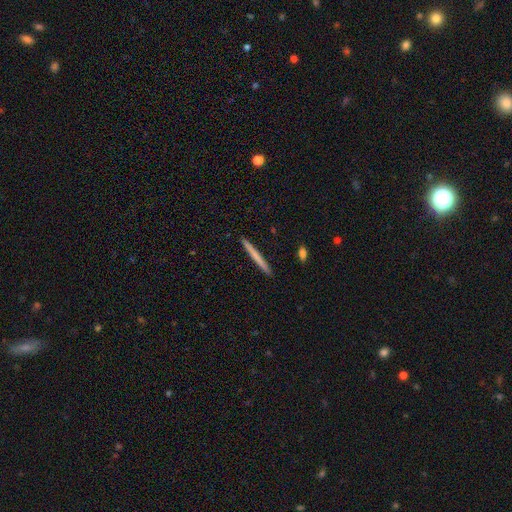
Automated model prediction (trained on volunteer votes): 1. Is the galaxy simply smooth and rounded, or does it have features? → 61% smooth, 33% featured or disk, 5% star or artifact.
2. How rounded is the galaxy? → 97% cigar-shaped, 2% in between, 1% round.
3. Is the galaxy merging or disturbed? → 93% none, 5% minor disturbance, 1% major disturbance, 1% merger.